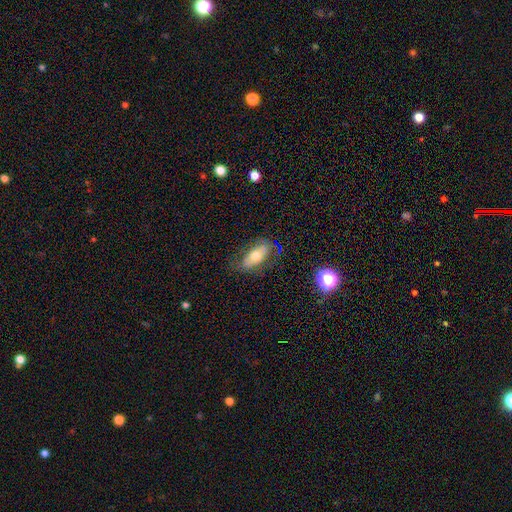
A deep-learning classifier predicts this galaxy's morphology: Smooth or featured?
  - smooth: 60% *
  - featured or disk: 32%
  - star or artifact: 8%
How rounded?
  - in between: 84% *
  - cigar-shaped: 11%
  - round: 5%
Merging?
  - none: 73% *
  - minor disturbance: 19%
  - major disturbance: 7%
  - merger: 2%